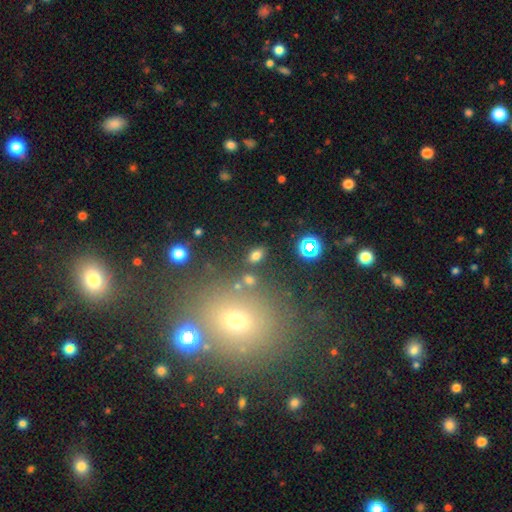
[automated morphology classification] Overall: smooth (73%). How rounded: in between (85%). Merging: none (81%).